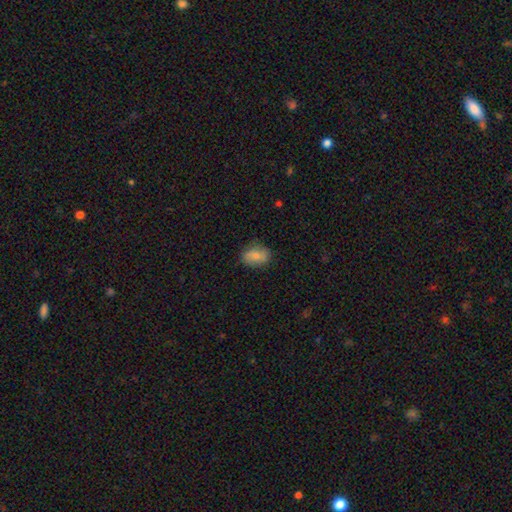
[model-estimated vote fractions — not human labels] This is clearly a smooth galaxy (80%). How rounded: clearly in between (80%). Merging: likely none (79%).